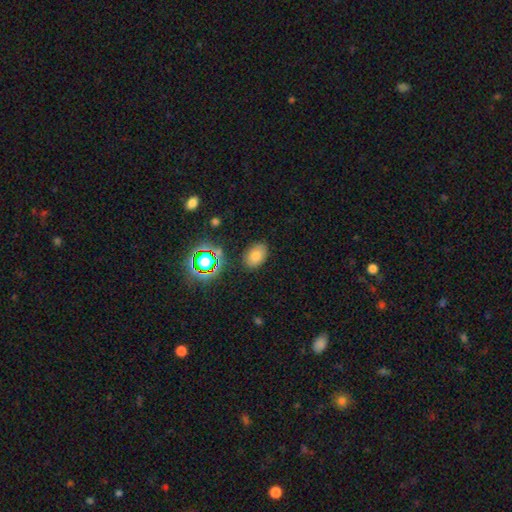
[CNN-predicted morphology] type=smooth (70%); roundness=in between (80%); merging=none (85%).